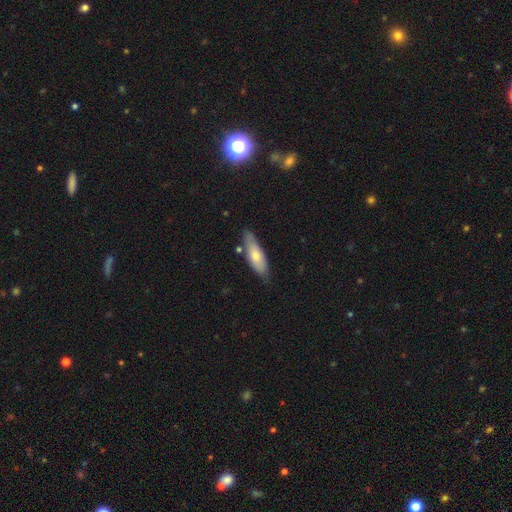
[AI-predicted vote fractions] The model was most divided on "how rounded": in between: 58%, cigar-shaped: 39%, round: 2%. More confident: merging — none (70%); smooth or featured — smooth (63%).